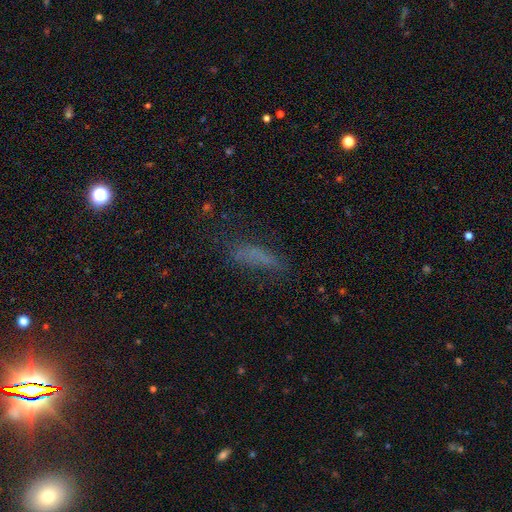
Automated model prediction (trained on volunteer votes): Overall: smooth (59%; star or artifact 21%). How rounded: cigar-shaped (58%; in between 39%). Merging: none (54%; minor disturbance 23%).